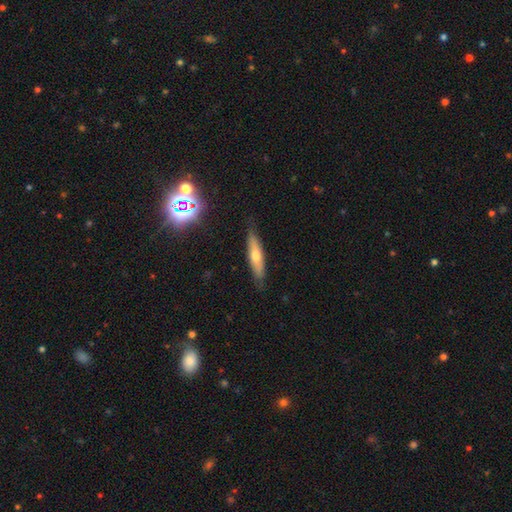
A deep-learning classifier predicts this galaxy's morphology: smooth 49%, featured or disk 41%, star or artifact 9%. Down the decision tree: merging — none (83%).